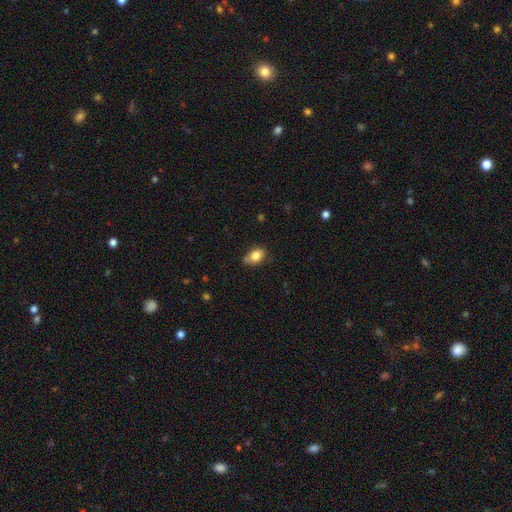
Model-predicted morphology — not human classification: The model was most divided on "merging": none: 65%, minor disturbance: 27%, major disturbance: 5%, merger: 3%. More confident: how rounded — in between (85%); smooth or featured — smooth (81%).